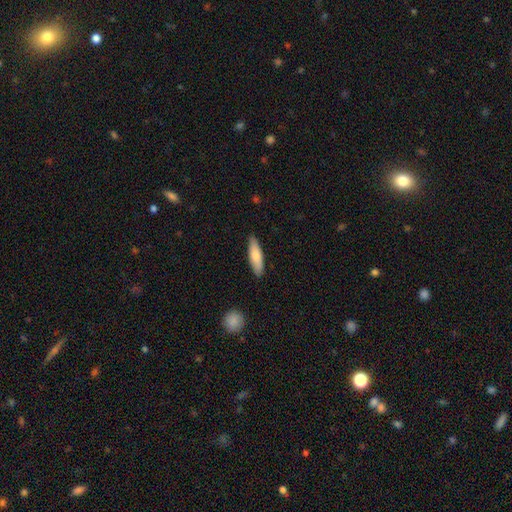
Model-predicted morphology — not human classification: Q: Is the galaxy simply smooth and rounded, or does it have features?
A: smooth — 77%.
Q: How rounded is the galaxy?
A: cigar-shaped — 57%.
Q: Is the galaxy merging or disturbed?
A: none — 87%.